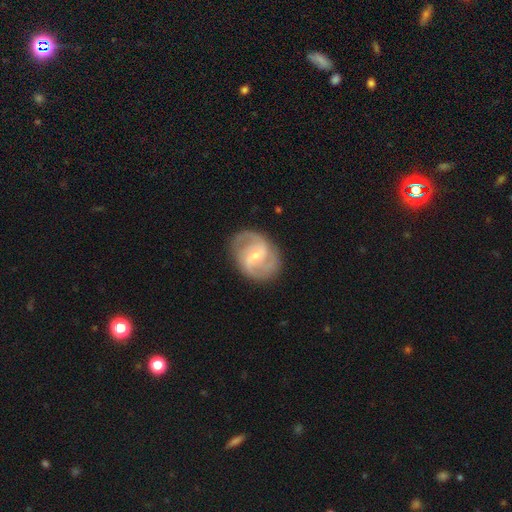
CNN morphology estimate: Q: Smooth or featured?
A: featured or disk (87%); runner-up: smooth (8%)
Q: Edge-on disk?
A: no (98%); runner-up: yes (2%)
Q: Bar?
A: weak (53%); runner-up: no (27%)
Q: Spiral arms?
A: yes (97%); runner-up: no (3%)
Q: Spiral winding?
A: medium (54%); runner-up: tight (28%)
Q: Spiral arm count?
A: 2 (59%); runner-up: 3 (22%)
Q: Bulge size?
A: small (61%); runner-up: moderate (36%)
Q: Merging?
A: none (81%); runner-up: minor disturbance (13%)